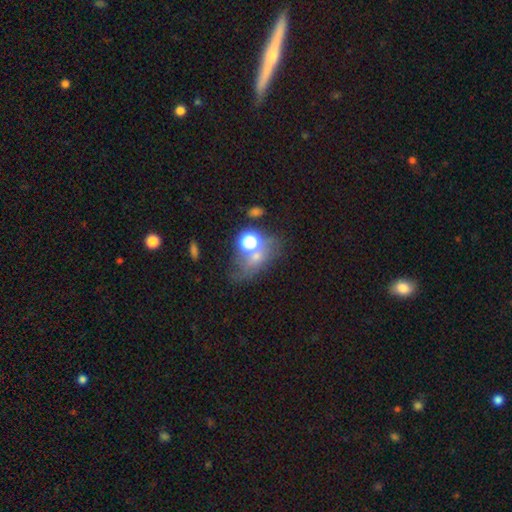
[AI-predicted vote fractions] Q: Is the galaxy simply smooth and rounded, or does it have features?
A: smooth — 49%.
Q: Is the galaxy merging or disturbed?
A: none — 40%.